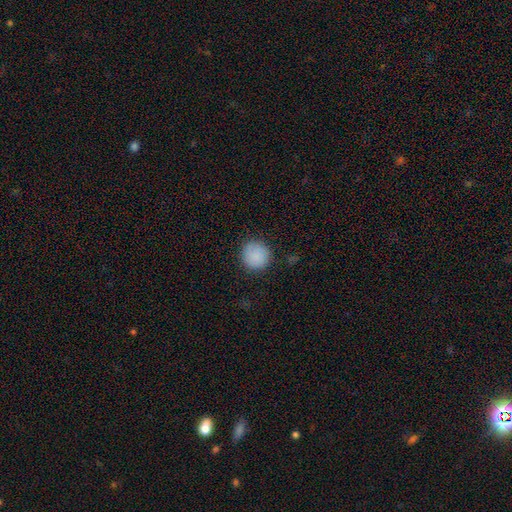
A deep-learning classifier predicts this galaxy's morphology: Smooth or featured: smooth — 89% (star or artifact — 7%)
How rounded: round — 93% (in between — 6%)
Merging: none — 88% (minor disturbance — 8%)